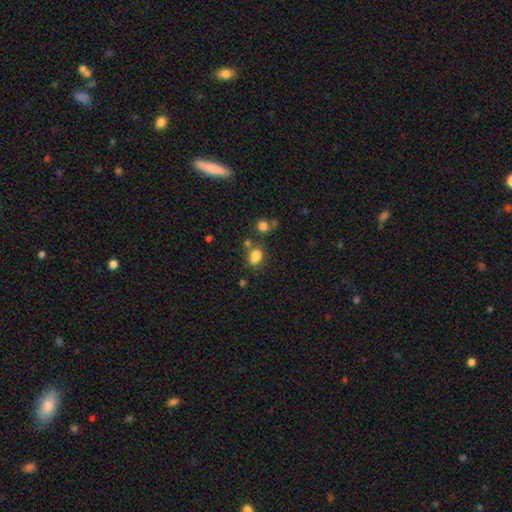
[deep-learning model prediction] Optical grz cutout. It shows a smooth galaxy with no disk features (80%) that is in between round and cigar-shaped (70%). Merging: none (55%).